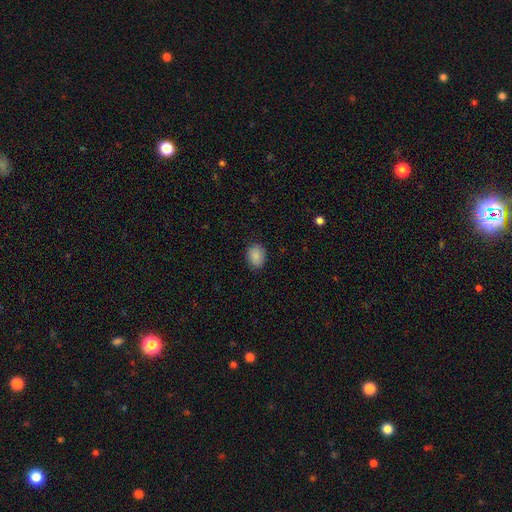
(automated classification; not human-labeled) Smooth or featured?
  - smooth: 89% *
  - star or artifact: 8%
  - featured or disk: 3%
How rounded?
  - in between: 61% *
  - round: 38%
  - cigar-shaped: 1%
Merging?
  - none: 86% *
  - minor disturbance: 11%
  - major disturbance: 2%
  - merger: 1%